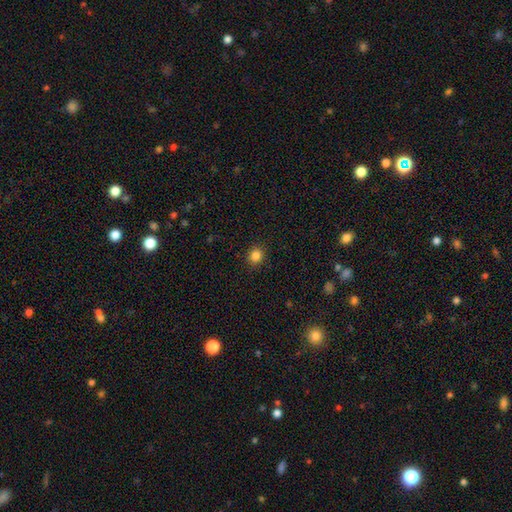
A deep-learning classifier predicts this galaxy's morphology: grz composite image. It shows a smooth galaxy with no disk features (85%) that is round (76%). Merging: none (90%).